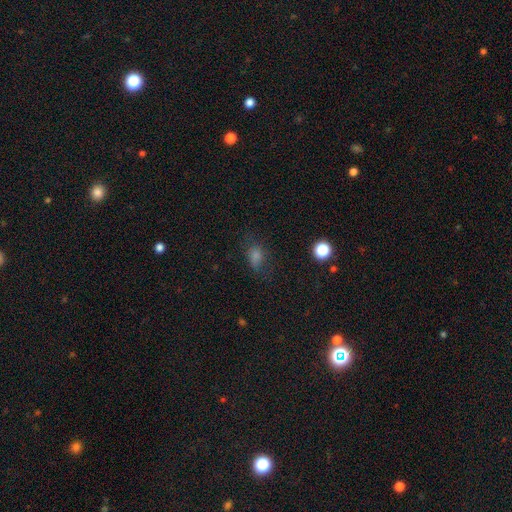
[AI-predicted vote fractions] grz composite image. It shows a smooth galaxy with no disk features (64%) that is in between round and cigar-shaped (69%). Merging: none (65%).